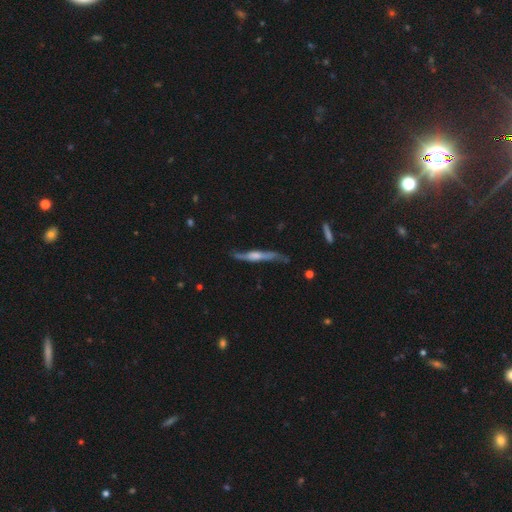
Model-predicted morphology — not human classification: Smooth or featured: featured or disk — 70% (smooth — 24%)
Edge-on disk: yes — 85% (no — 15%)
Edge-on bulge: rounded — 62% (boxy — 21%)
Merging: none — 64% (minor disturbance — 25%)